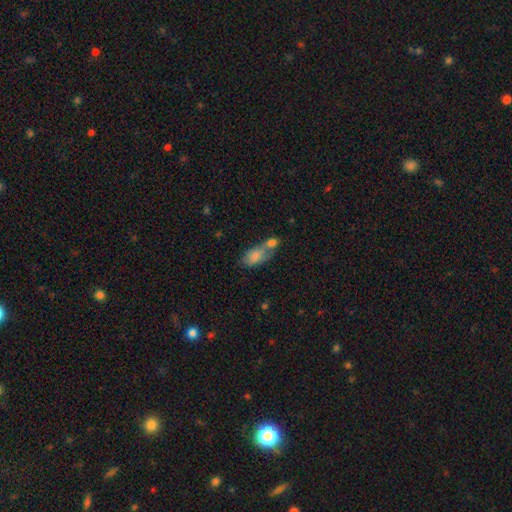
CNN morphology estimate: smooth-or-featured: smooth: 76% | featured or disk: 16% | star or artifact: 8%
  how-rounded: in between: 88% | round: 6% | cigar-shaped: 6%
  merging: merger: 58% | none: 22% | minor disturbance: 12% | major disturbance: 8%